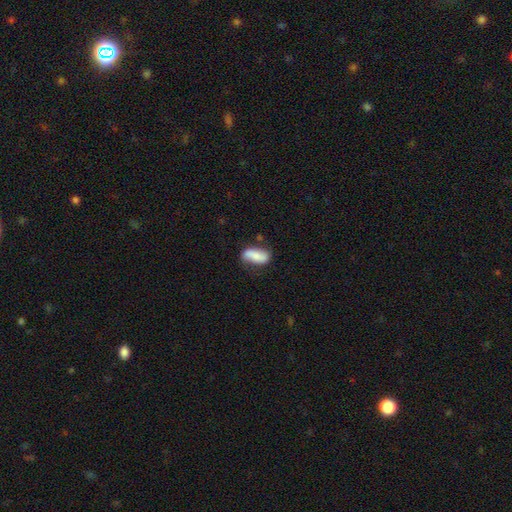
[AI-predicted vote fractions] Q: Smooth or featured?
A: smooth (68%); runner-up: featured or disk (25%)
Q: How rounded?
A: in between (82%); runner-up: cigar-shaped (15%)
Q: Merging?
A: none (62%); runner-up: minor disturbance (26%)